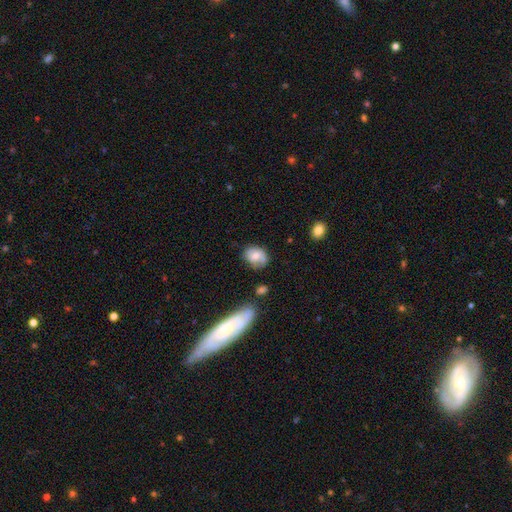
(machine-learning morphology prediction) Smooth or featured? smooth (62%)
How rounded? in between (58%)
Merging? none (57%)